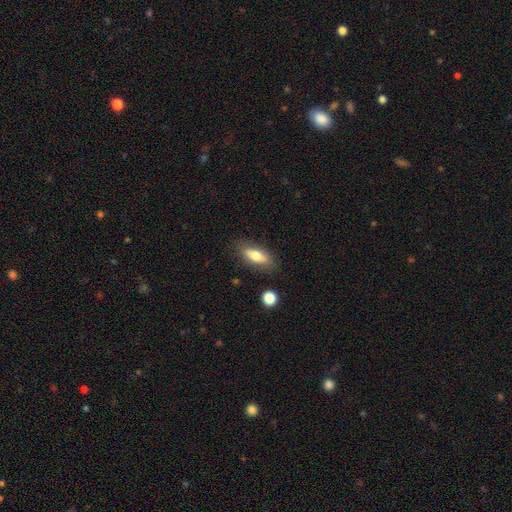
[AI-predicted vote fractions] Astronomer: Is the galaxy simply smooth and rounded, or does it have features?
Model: smooth — 68%.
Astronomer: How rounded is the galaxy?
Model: in between — 72%.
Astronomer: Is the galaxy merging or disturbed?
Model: none — 79%.